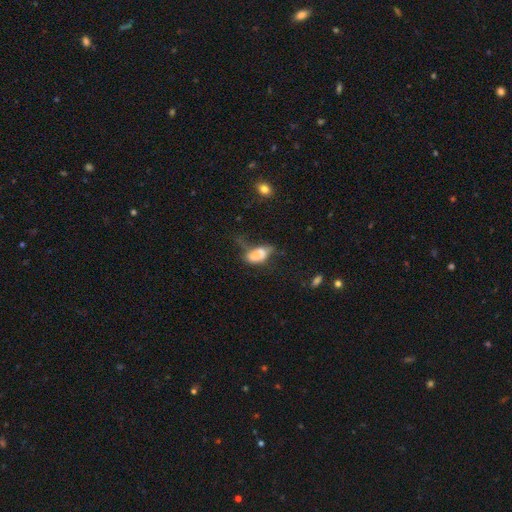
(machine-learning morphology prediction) Smooth or featured: smooth — 65% (featured or disk — 24%)
How rounded: in between — 87% (cigar-shaped — 8%)
Merging: major disturbance — 37% (minor disturbance — 23%)